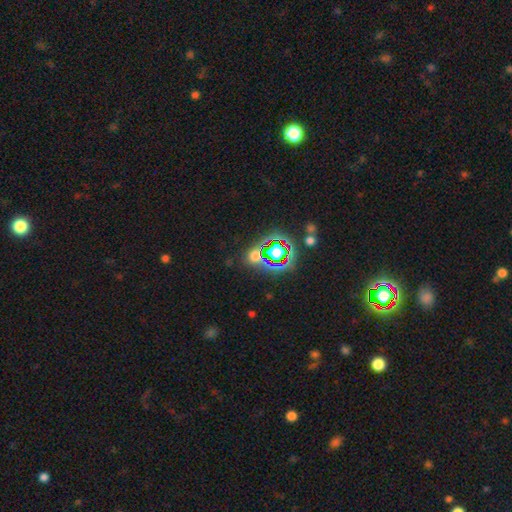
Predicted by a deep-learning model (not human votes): Overall: star or artifact (52%; smooth 38%).